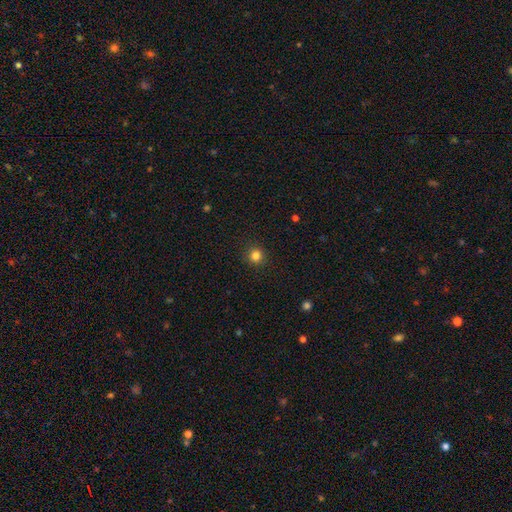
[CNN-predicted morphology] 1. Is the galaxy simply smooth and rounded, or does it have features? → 83% smooth, 13% star or artifact, 4% featured or disk.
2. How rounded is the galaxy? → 95% round, 4% in between, 1% cigar-shaped.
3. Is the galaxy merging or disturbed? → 92% none, 5% minor disturbance, 2% major disturbance, 1% merger.